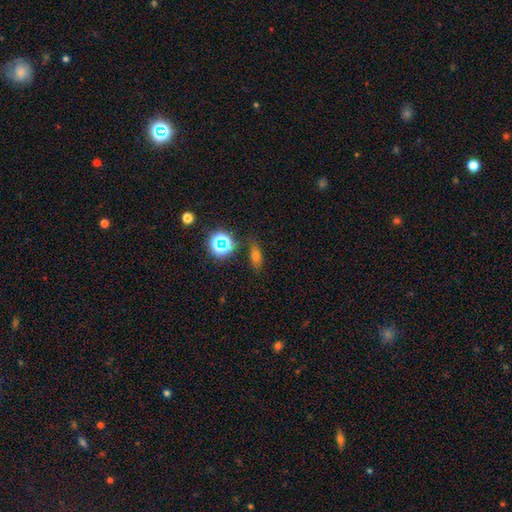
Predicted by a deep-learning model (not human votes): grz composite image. It shows a smooth galaxy with no disk features (57%) that is in between round and cigar-shaped (61%). Merging: none (78%).